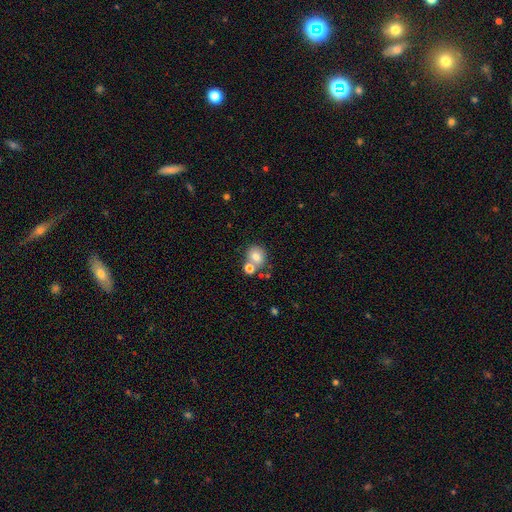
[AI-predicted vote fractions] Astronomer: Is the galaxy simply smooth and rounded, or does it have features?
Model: smooth — 76%.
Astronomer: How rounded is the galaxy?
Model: round — 77%.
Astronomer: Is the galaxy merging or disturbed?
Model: none — 57%.